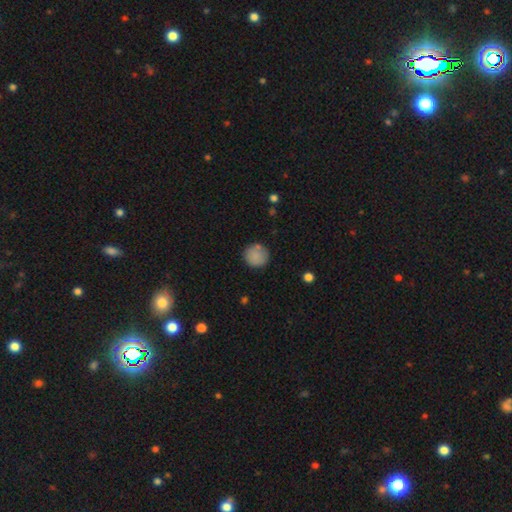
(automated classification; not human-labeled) This appears to be a smooth galaxy with no disk features (85%) that is round (94%). Merging: none (84%).